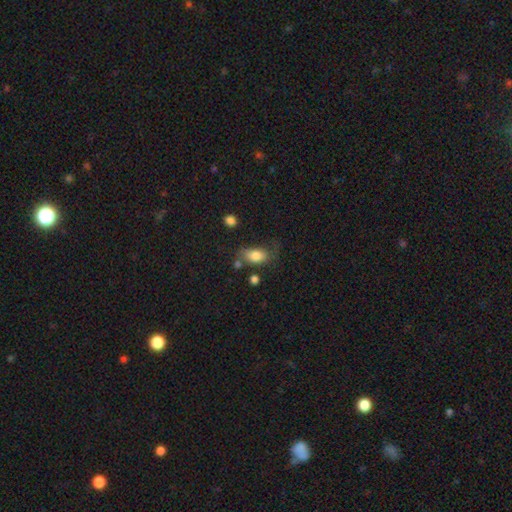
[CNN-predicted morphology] smooth-or-featured: smooth: 80% | featured or disk: 11% | star or artifact: 8%
  how-rounded: in between: 88% | round: 9% | cigar-shaped: 3%
  merging: none: 50% | minor disturbance: 25% | major disturbance: 15% | merger: 9%